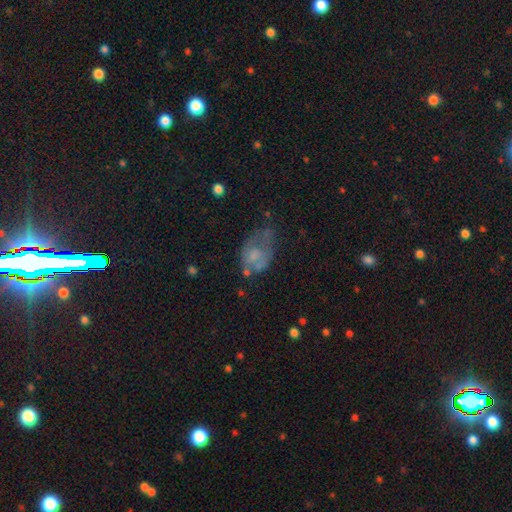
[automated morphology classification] type=smooth (51%); roundness=in between (79%); merging=major disturbance (36%).